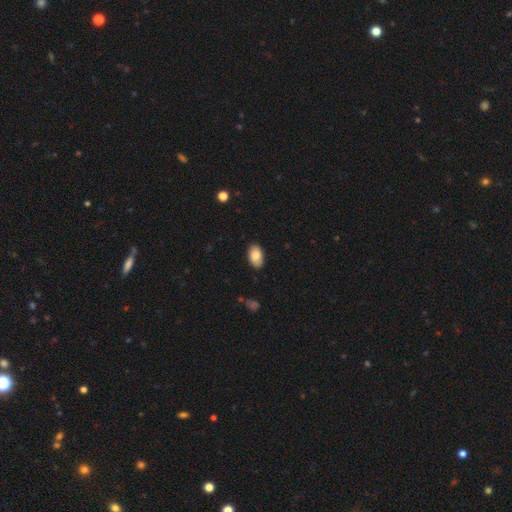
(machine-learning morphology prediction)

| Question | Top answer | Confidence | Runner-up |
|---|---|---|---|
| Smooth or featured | smooth | 83% | featured or disk (10%) |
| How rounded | in between | 93% | round (5%) |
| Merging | none | 86% | minor disturbance (11%) |